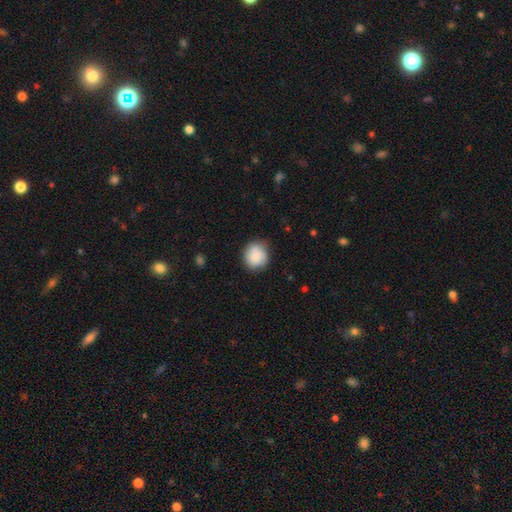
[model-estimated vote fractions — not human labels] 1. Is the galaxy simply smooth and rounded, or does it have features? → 84% smooth, 9% featured or disk, 7% star or artifact.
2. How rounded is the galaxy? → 83% round, 16% in between, 1% cigar-shaped.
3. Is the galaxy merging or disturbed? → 79% none, 16% minor disturbance, 4% major disturbance, 1% merger.